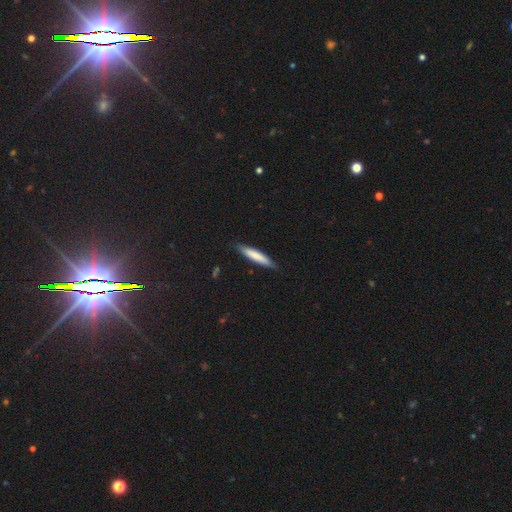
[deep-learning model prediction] Q: Smooth or featured?
A: smooth (76%); runner-up: featured or disk (19%)
Q: How rounded?
A: cigar-shaped (88%); runner-up: in between (11%)
Q: Merging?
A: none (85%); runner-up: minor disturbance (12%)